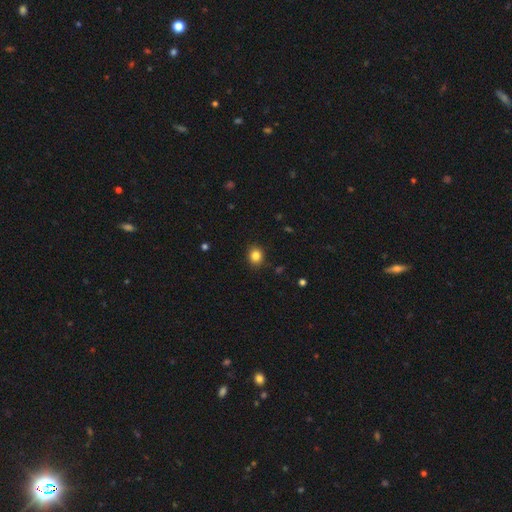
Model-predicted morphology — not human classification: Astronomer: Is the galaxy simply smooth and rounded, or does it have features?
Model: smooth — 84%.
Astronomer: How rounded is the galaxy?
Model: round — 73%.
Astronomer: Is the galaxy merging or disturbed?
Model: none — 89%.